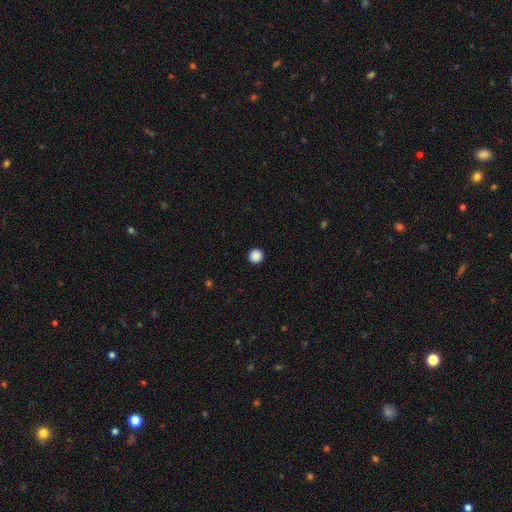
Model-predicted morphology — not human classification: Smooth or featured? smooth (88%)
How rounded? round (96%)
Merging? none (94%)